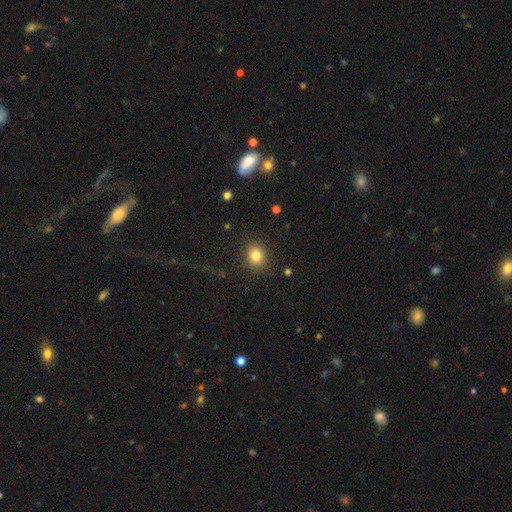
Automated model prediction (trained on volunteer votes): The model was most divided on "how rounded": round: 75%, in between: 24%, cigar-shaped: 1%. More confident: merging — none (86%); smooth or featured — smooth (82%).